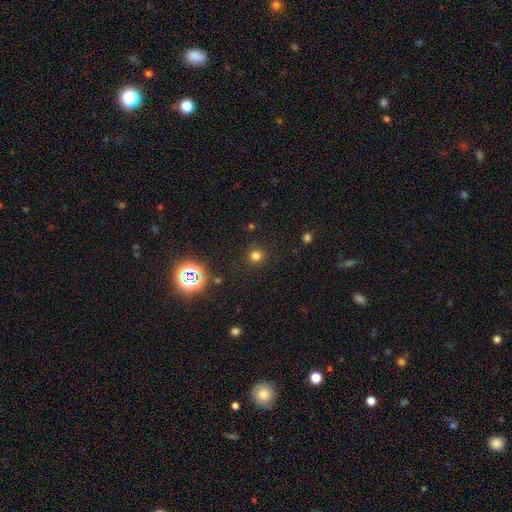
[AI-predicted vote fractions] A smooth galaxy with no disk features (75%) that is round (92%).

Vote fractions:
- Smooth or featured? smooth: 75% / star or artifact: 20% / featured or disk: 5%
- How rounded? round: 92% / in between: 7% / cigar-shaped: 1%
- Merging? none: 89% / minor disturbance: 6% / major disturbance: 3% / merger: 2%